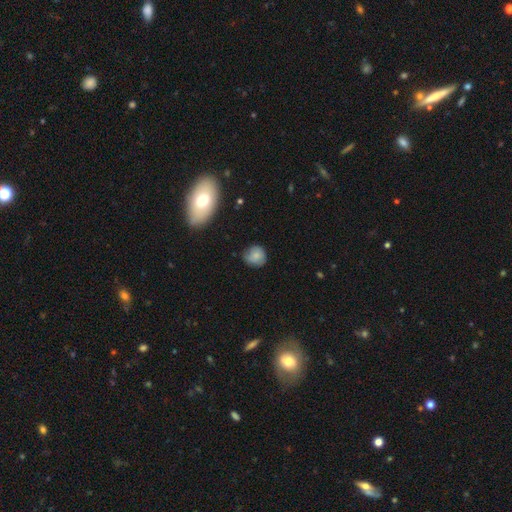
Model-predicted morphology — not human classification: type=smooth (76%); roundness=round (85%); merging=none (72%).